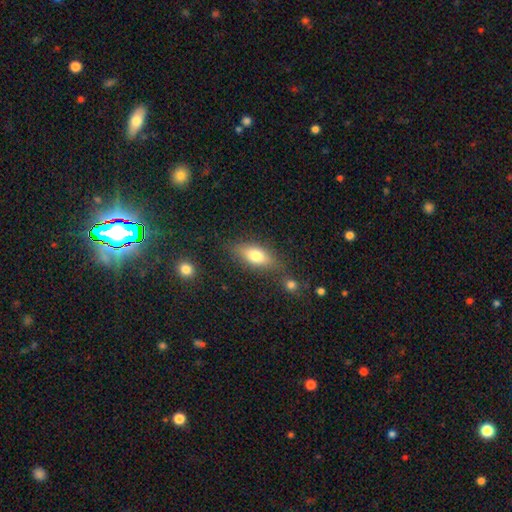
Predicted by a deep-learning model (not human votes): A smooth galaxy with no disk features (74%) that is in between round and cigar-shaped (79%).

Vote fractions:
- Smooth or featured? smooth: 74% / featured or disk: 18% / star or artifact: 8%
- How rounded? in between: 79% / cigar-shaped: 15% / round: 6%
- Merging? none: 69% / minor disturbance: 16% / merger: 10% / major disturbance: 5%